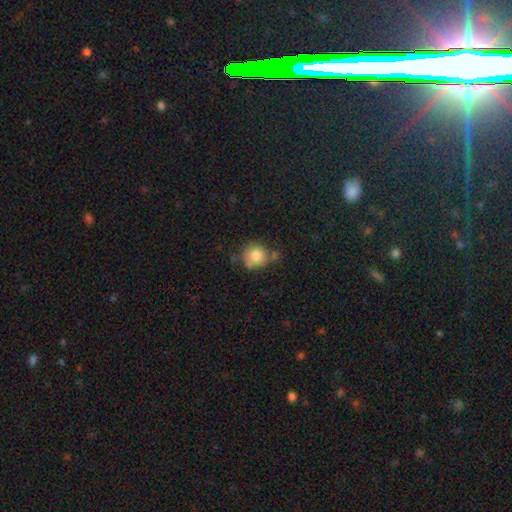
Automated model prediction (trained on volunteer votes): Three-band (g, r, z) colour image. It shows a smooth galaxy with no disk features (80%) that is round (87%). Merging: none (57%).